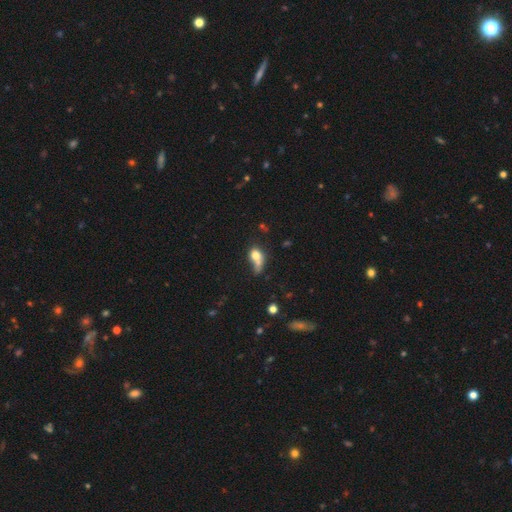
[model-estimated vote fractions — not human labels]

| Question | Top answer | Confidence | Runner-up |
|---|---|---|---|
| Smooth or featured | smooth | 70% | featured or disk (19%) |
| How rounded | in between | 58% | round (36%) |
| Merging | merger | 35% | none (26%) |